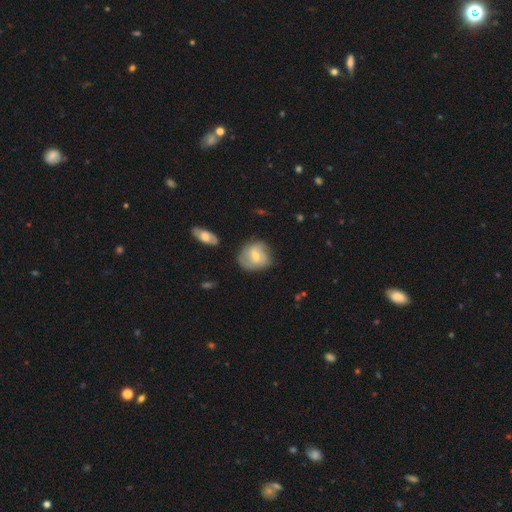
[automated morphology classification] This is possibly a smooth galaxy (50%). Merging: likely none (67%).